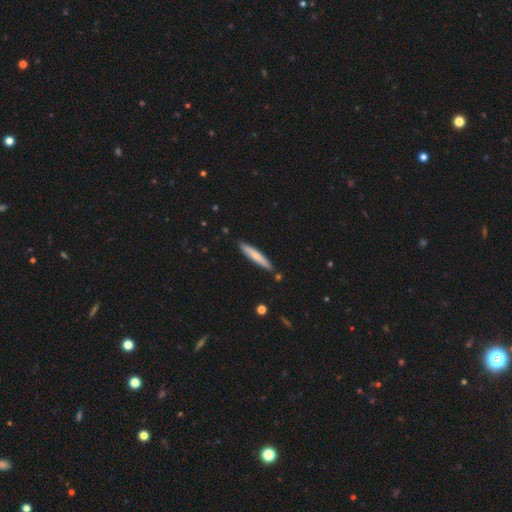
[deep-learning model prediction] This is likely a smooth galaxy (69%). How rounded: clearly cigar-shaped (92%). Merging: clearly none (86%).